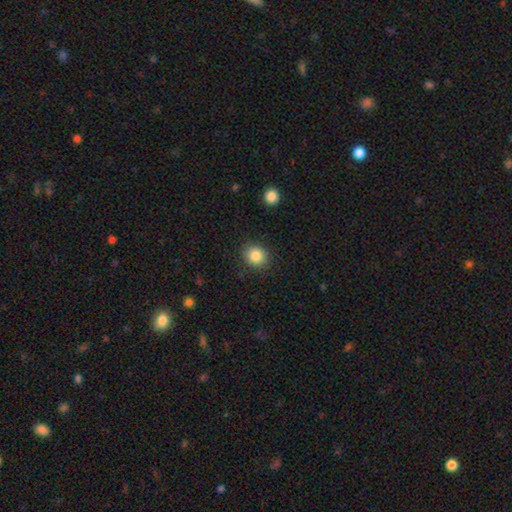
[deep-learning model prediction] Smooth or featured? smooth (85%)
How rounded? round (73%)
Merging? none (88%)